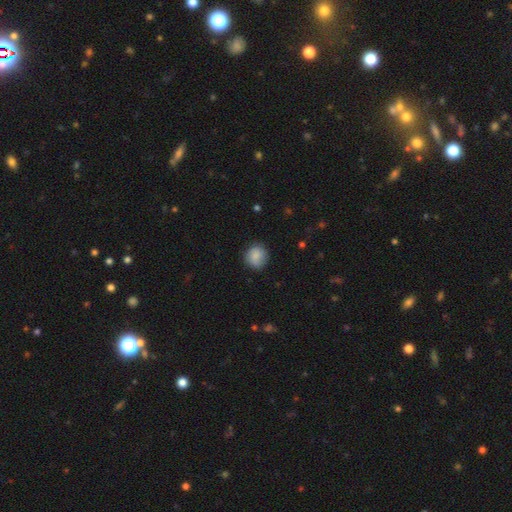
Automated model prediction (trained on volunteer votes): A smooth galaxy with no disk features (82%) that is round (86%).

Vote fractions:
- Smooth or featured? smooth: 82% / featured or disk: 11% / star or artifact: 8%
- How rounded? round: 86% / in between: 13% / cigar-shaped: 1%
- Merging? none: 81% / minor disturbance: 15% / major disturbance: 3% / merger: 1%